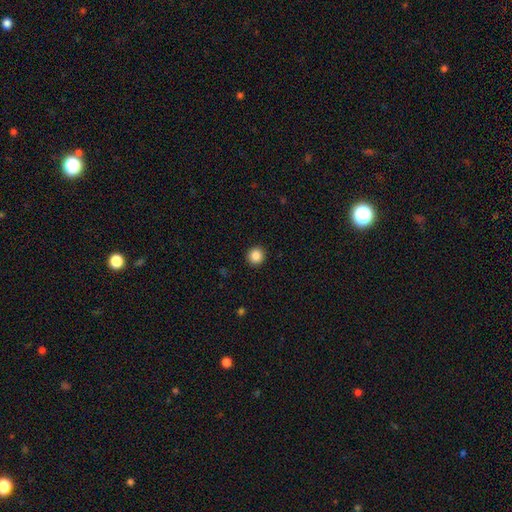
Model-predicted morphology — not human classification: Overall: smooth (86%). How rounded: round (94%). Merging: none (93%).